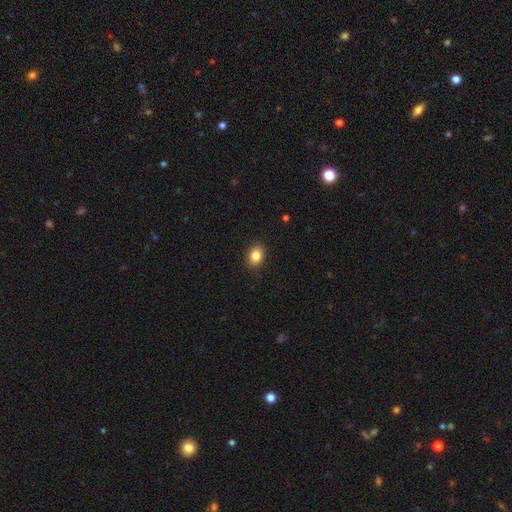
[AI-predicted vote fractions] Smooth or featured? Predicted: smooth (p=0.84). How rounded? Predicted: in between (p=0.56). Merging? Predicted: none (p=0.88).